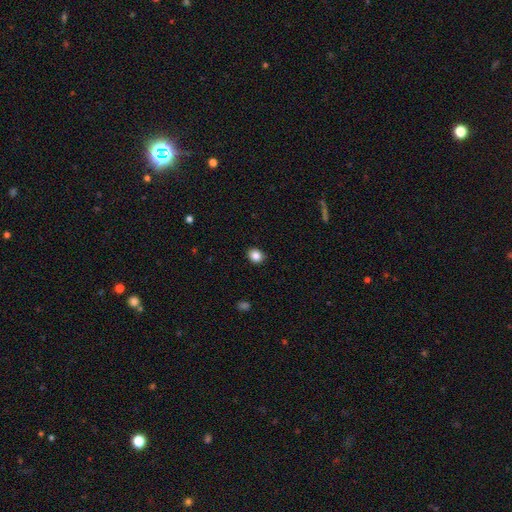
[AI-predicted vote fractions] Q: Smooth or featured?
A: smooth (86%); runner-up: star or artifact (10%)
Q: How rounded?
A: round (58%); runner-up: in between (41%)
Q: Merging?
A: none (89%); runner-up: minor disturbance (8%)